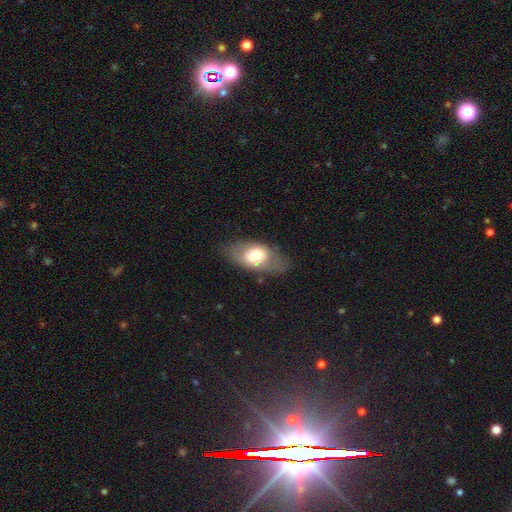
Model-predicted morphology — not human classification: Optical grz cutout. It shows a smooth galaxy with no disk features (61%) that is in between round and cigar-shaped (88%). Merging: none (72%).